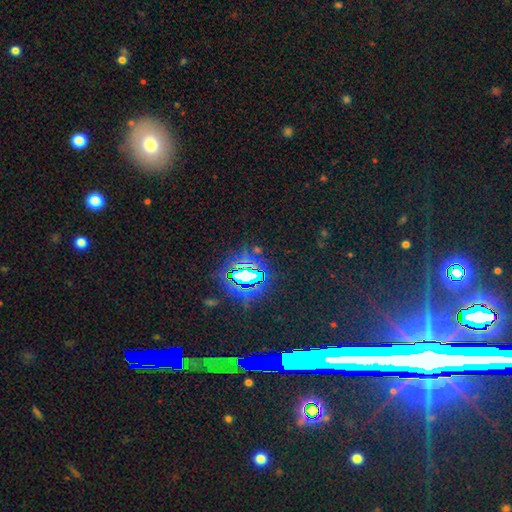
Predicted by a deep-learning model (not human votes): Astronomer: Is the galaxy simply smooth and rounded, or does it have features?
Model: star or artifact — 64%.